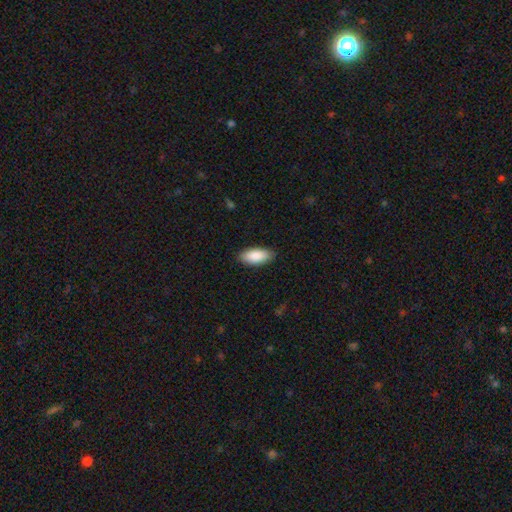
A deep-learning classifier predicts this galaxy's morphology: type=smooth (89%); roundness=in between (88%); merging=none (88%).